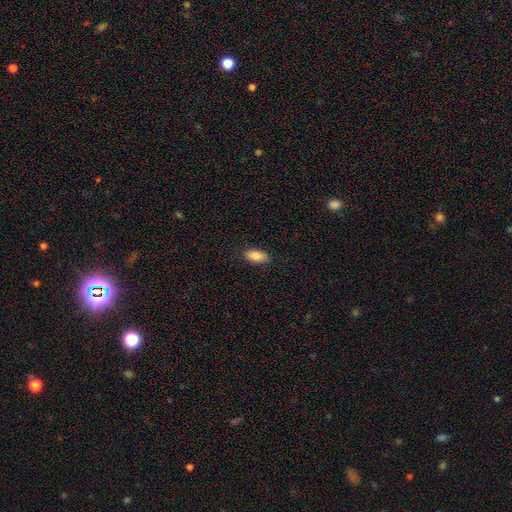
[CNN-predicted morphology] smooth 87%, star or artifact 7%, featured or disk 6%. Down the decision tree: how rounded — in between (87%); merging — none (87%).